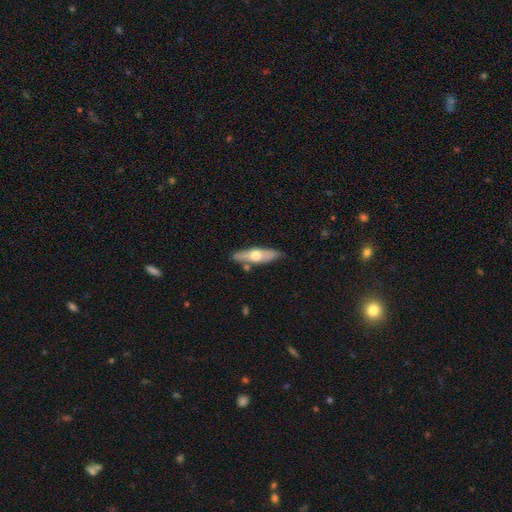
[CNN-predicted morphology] Smooth or featured?
  - featured or disk: 49% *
  - smooth: 46%
  - star or artifact: 5%
Merging?
  - none: 78% *
  - minor disturbance: 14%
  - merger: 5%
  - major disturbance: 3%